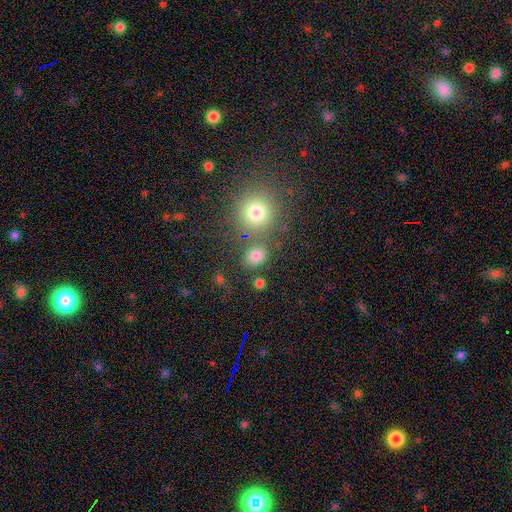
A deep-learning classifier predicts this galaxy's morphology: Smooth or featured: smooth — 77% (star or artifact — 16%)
How rounded: round — 60% (in between — 39%)
Merging: none — 74% (merger — 12%)